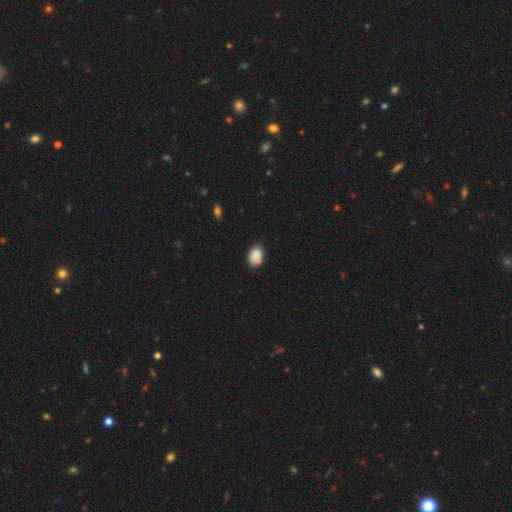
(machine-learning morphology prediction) smooth 87%, star or artifact 8%, featured or disk 5%. Down the decision tree: how rounded — in between (73%); merging — none (71%).